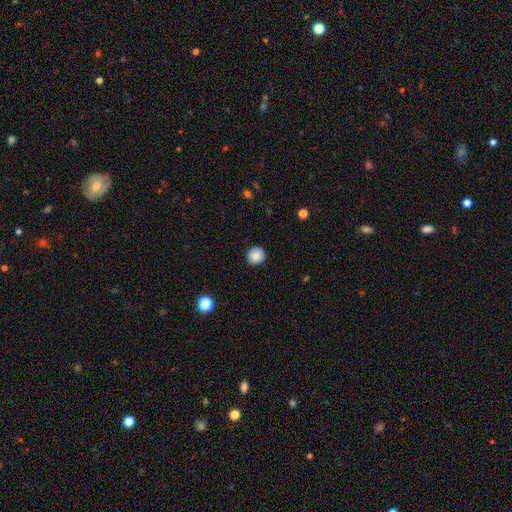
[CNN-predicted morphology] Smooth or featured? Predicted: smooth (p=0.85). How rounded? Predicted: round (p=0.87). Merging? Predicted: none (p=0.88).